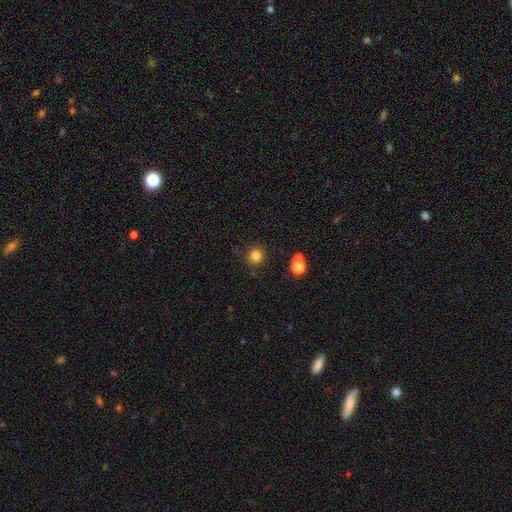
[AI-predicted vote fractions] smooth 82%, star or artifact 13%, featured or disk 5%. Down the decision tree: how rounded — round (93%); merging — none (86%).